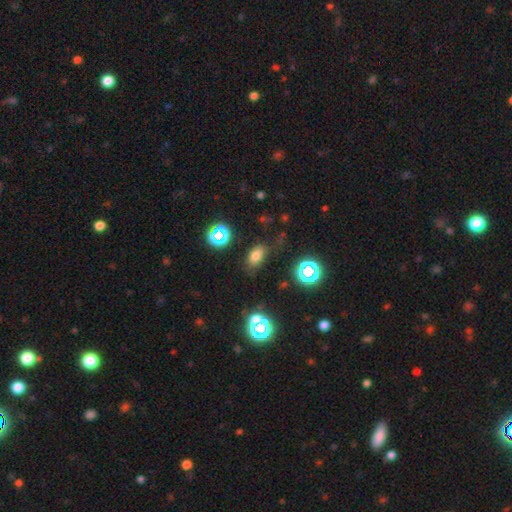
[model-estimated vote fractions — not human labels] Smooth or featured: smooth — 70% (star or artifact — 20%)
How rounded: in between — 84% (round — 12%)
Merging: none — 72% (minor disturbance — 17%)